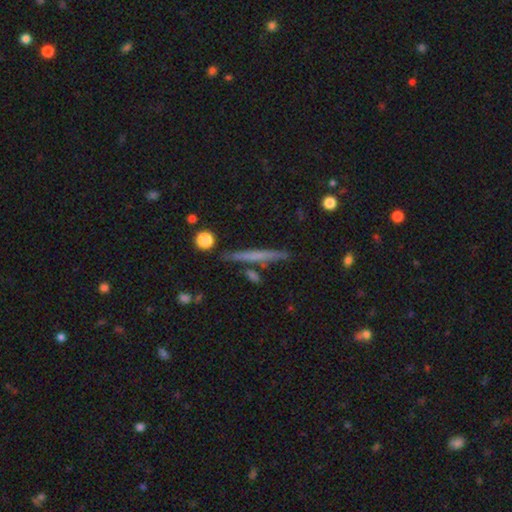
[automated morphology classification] This is possibly a smooth galaxy (48%). Merging: clearly none (85%).